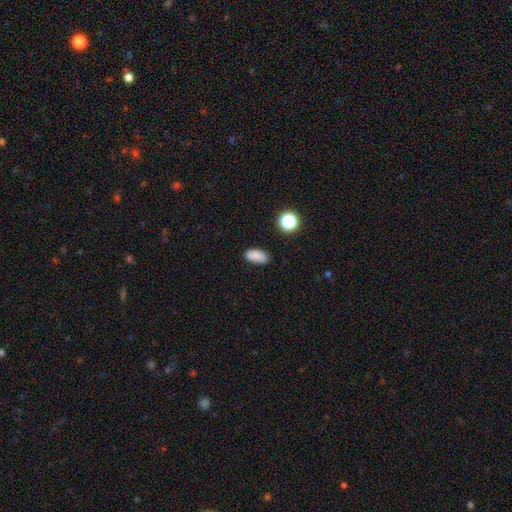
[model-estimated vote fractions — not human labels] A smooth galaxy with no disk features (85%) that is in between round and cigar-shaped (89%). Merging: none (82%).